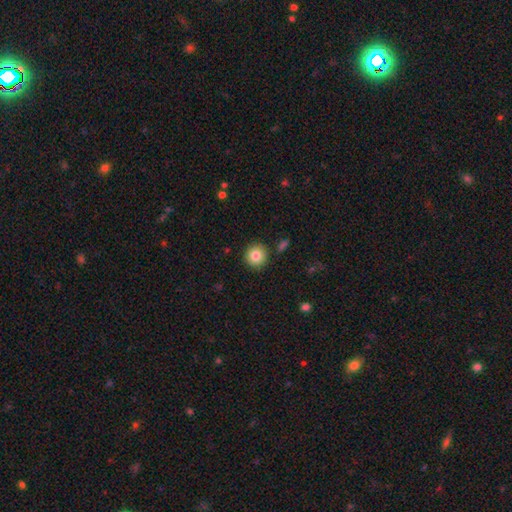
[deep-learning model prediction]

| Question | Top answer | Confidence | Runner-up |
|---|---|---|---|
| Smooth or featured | smooth | 83% | star or artifact (9%) |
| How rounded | round | 94% | in between (5%) |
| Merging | none | 90% | minor disturbance (6%) |